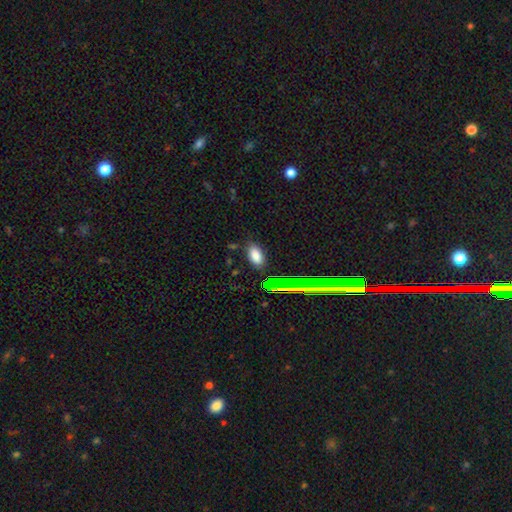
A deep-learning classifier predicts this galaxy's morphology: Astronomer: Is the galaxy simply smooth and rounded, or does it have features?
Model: smooth — 79%.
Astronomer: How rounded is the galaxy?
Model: in between — 91%.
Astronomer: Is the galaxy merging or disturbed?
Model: none — 81%.